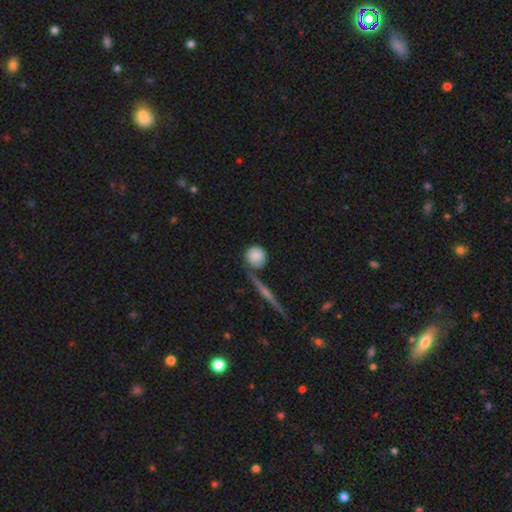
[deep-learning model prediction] The model was most divided on "merging": none: 67%, minor disturbance: 17%, merger: 10%, major disturbance: 6%. More confident: how rounded — round (92%); smooth or featured — smooth (81%).